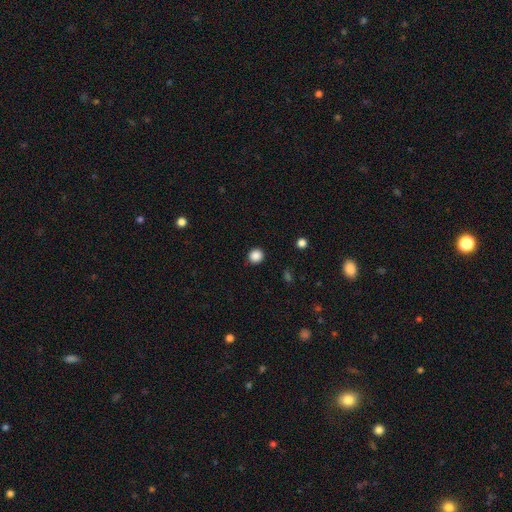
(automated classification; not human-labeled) smooth_or_featured: smooth (p=0.87) [alt: star or artifact p=0.10]
how_rounded: round (p=0.91) [alt: in between p=0.08]
merging: none (p=0.90) [alt: minor disturbance p=0.06]